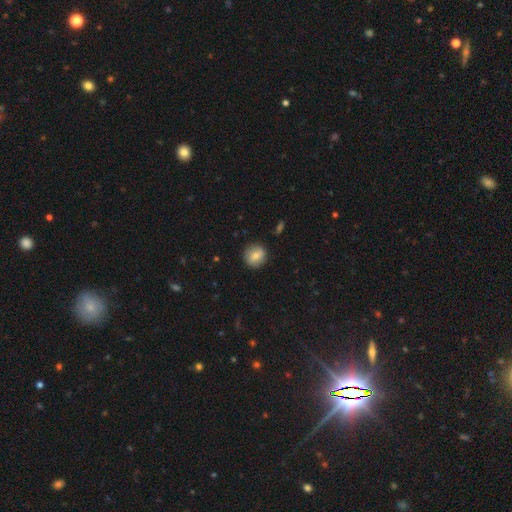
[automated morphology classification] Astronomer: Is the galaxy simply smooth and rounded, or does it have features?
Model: smooth — 72%.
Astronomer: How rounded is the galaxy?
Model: round — 83%.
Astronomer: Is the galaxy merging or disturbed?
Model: none — 87%.